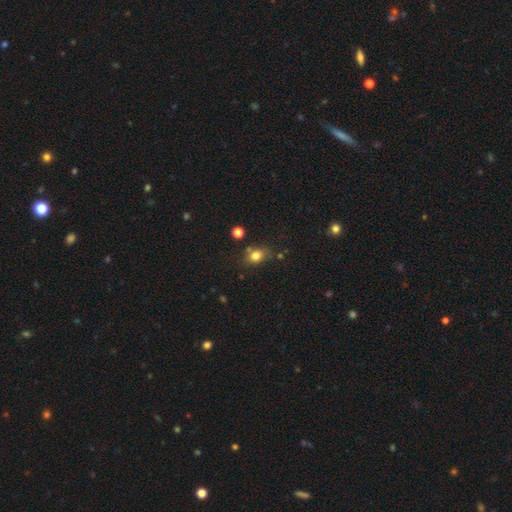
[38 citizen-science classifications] A smooth galaxy with no disk features (84%) that is round (56%). Merging: none (63%).